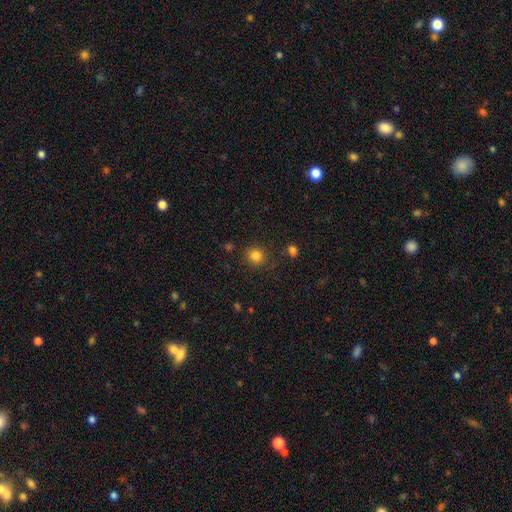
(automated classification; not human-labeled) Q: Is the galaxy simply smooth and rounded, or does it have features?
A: smooth — 83%.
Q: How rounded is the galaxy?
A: round — 88%.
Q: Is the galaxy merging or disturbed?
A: none — 87%.